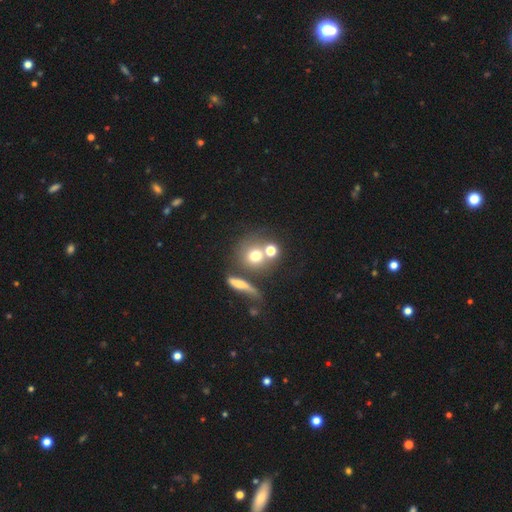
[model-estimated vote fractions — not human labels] Smooth or featured?
  - smooth: 66% *
  - featured or disk: 18%
  - star or artifact: 16%
How rounded?
  - round: 85% *
  - in between: 12%
  - cigar-shaped: 3%
Merging?
  - none: 48% *
  - merger: 35%
  - minor disturbance: 10%
  - major disturbance: 7%